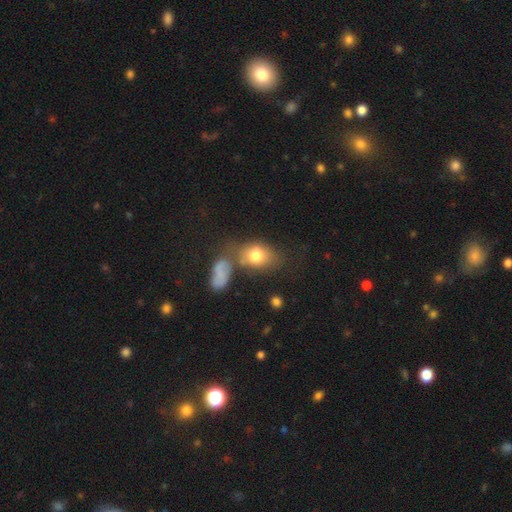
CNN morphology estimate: smooth-or-featured: smooth: 74% | featured or disk: 16% | star or artifact: 10%
  how-rounded: in between: 70% | round: 28% | cigar-shaped: 2%
  merging: none: 47% | merger: 23% | minor disturbance: 19% | major disturbance: 11%